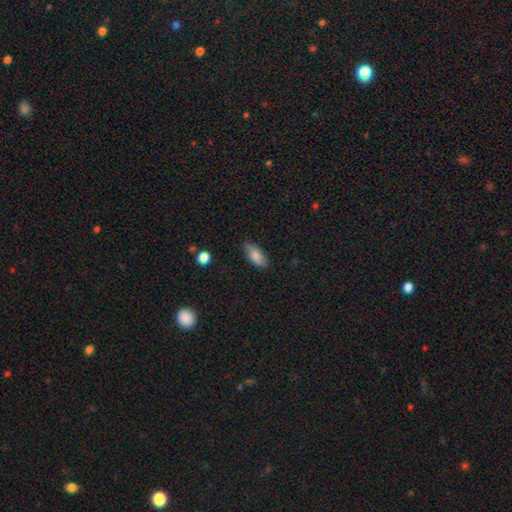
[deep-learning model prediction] Overall: smooth (80%). How rounded: in between (85%). Merging: none (81%).